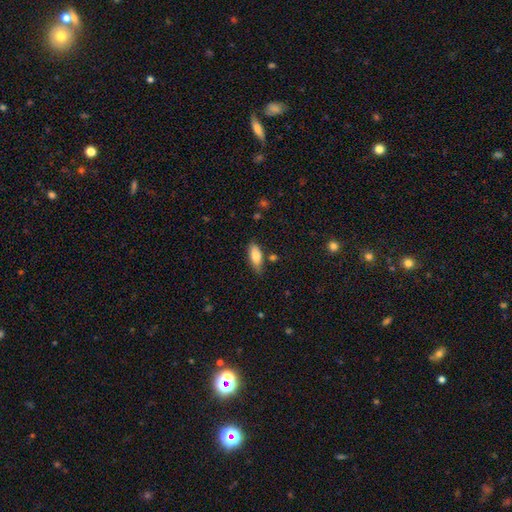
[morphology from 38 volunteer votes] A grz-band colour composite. It shows a smooth galaxy with no disk features (79%) that is in between round and cigar-shaped (67%). Merging: none (80%).